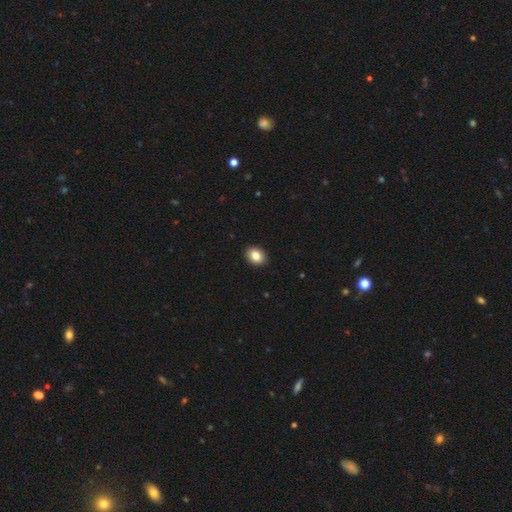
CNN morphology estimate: A smooth galaxy with no disk features (85%) that is in between round and cigar-shaped (61%). Merging: none (92%).